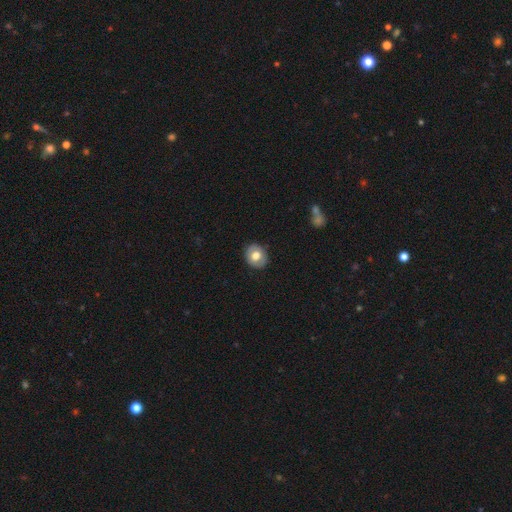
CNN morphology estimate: Smooth or featured? Predicted: smooth (p=0.67). How rounded? Predicted: round (p=0.65). Merging? Predicted: none (p=0.87).